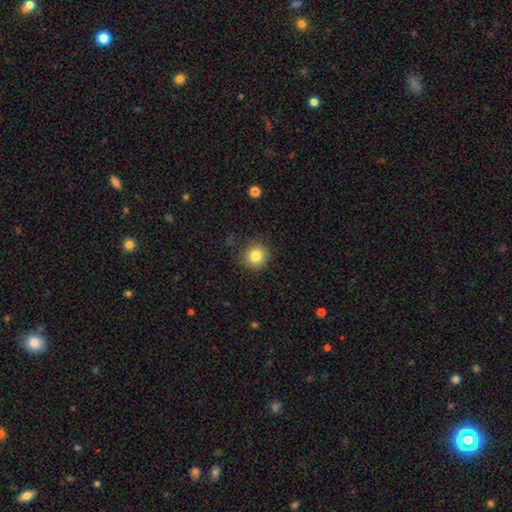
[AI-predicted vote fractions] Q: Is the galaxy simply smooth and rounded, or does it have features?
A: smooth — 83%.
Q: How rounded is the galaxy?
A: round — 93%.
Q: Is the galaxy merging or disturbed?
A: none — 87%.